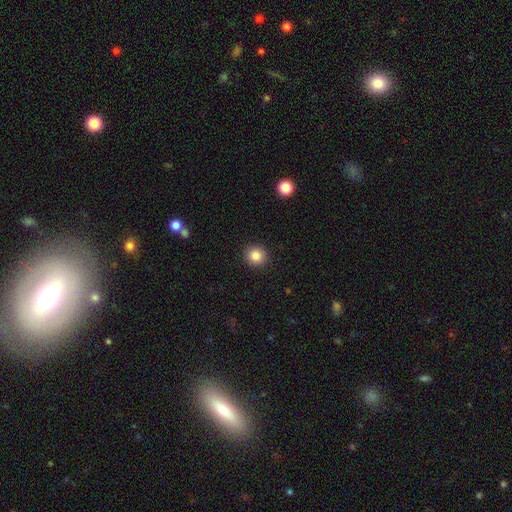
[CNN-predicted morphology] Q: Smooth or featured?
A: smooth (85%); runner-up: star or artifact (10%)
Q: How rounded?
A: round (90%); runner-up: in between (9%)
Q: Merging?
A: none (92%); runner-up: minor disturbance (5%)